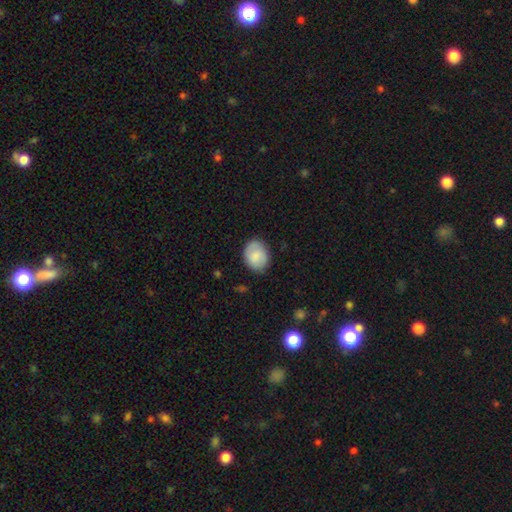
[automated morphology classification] A smooth galaxy with no disk features (78%) that is in between round and cigar-shaped (56%).

Vote fractions:
- Smooth or featured? smooth: 78% / featured or disk: 15% / star or artifact: 6%
- How rounded? in between: 56% / round: 43% / cigar-shaped: 1%
- Merging? none: 81% / minor disturbance: 15% / major disturbance: 3% / merger: 1%